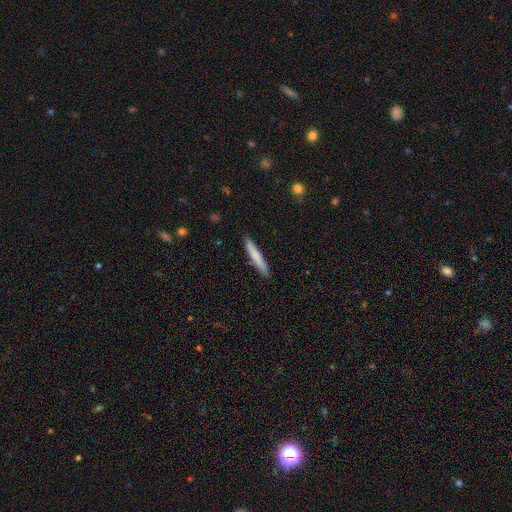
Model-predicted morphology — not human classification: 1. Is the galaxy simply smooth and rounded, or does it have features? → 75% smooth, 20% featured or disk, 6% star or artifact.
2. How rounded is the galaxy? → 95% cigar-shaped, 4% in between, 1% round.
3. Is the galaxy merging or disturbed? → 89% none, 9% minor disturbance, 2% major disturbance, 1% merger.